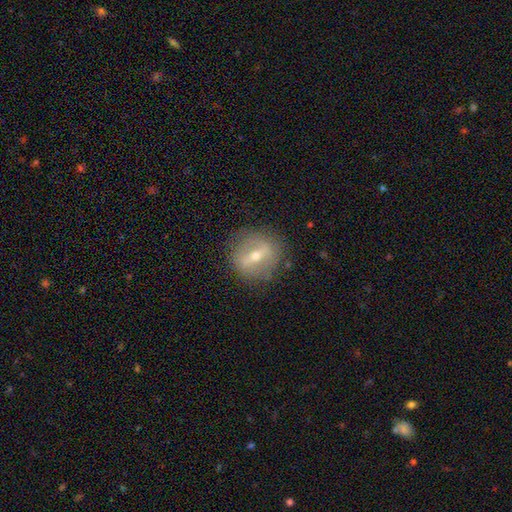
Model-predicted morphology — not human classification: A featured or disk galaxy (67%) with a strong bar (63%), no spiral arms (76%) and a moderate central bulge (56%). Merging: none (83%).